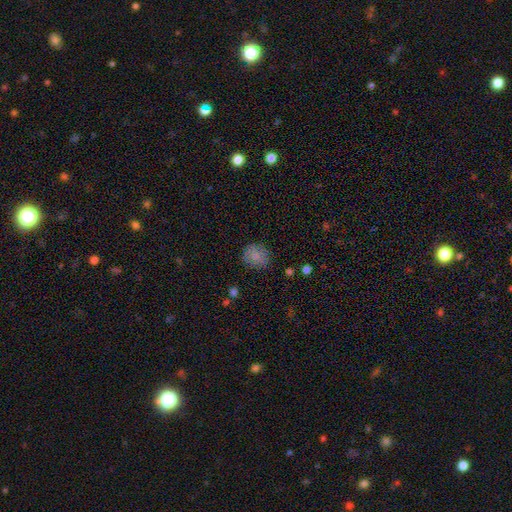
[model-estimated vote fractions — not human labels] The model was most divided on "how rounded": round: 76%, in between: 23%, cigar-shaped: 1%. More confident: smooth or featured — smooth (77%); merging — none (77%).